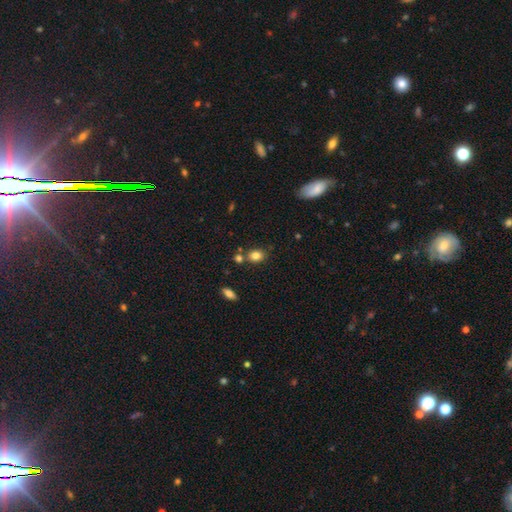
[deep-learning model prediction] Smooth or featured? smooth (82%)
How rounded? in between (59%)
Merging? none (68%)